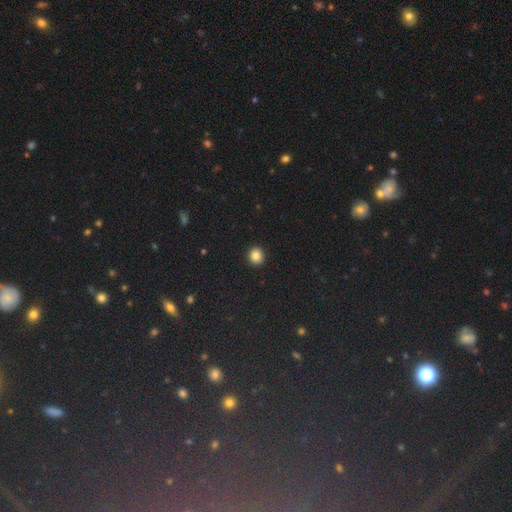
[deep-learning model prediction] This is clearly a smooth galaxy (85%). How rounded: clearly round (86%). Merging: clearly none (92%).